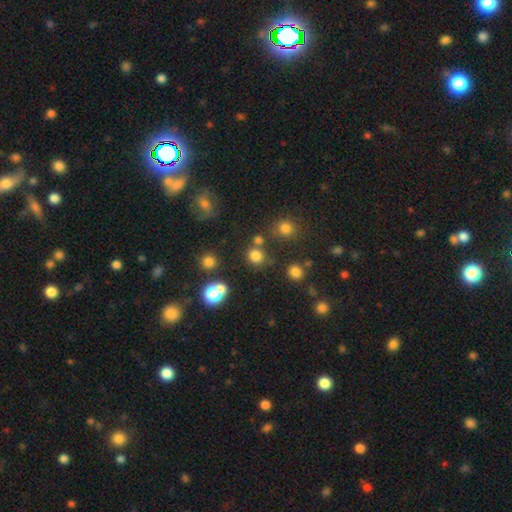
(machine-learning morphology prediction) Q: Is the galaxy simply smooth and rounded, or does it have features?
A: smooth — 76%.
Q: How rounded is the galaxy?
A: round — 86%.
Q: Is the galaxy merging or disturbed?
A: none — 72%.